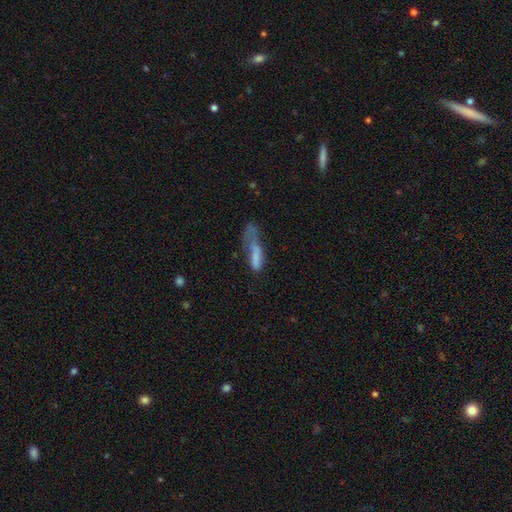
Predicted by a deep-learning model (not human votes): smooth-or-featured: smooth: 61% | featured or disk: 27% | star or artifact: 11%
  how-rounded: cigar-shaped: 56% | in between: 42% | round: 3%
  merging: major disturbance: 47% | minor disturbance: 22% | none: 21% | merger: 10%